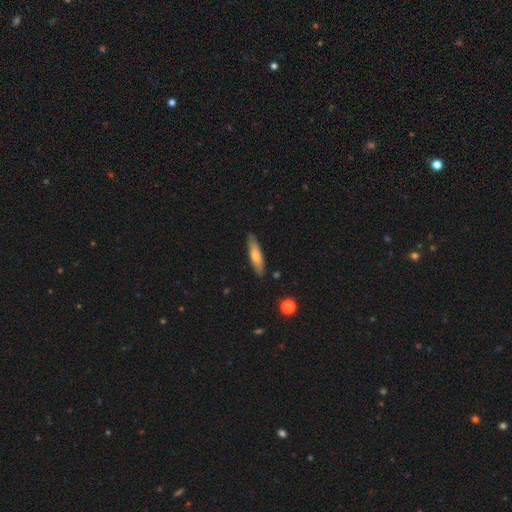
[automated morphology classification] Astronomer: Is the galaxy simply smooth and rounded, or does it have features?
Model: smooth — 62%.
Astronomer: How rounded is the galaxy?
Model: cigar-shaped — 73%.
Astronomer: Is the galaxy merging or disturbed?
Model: none — 86%.